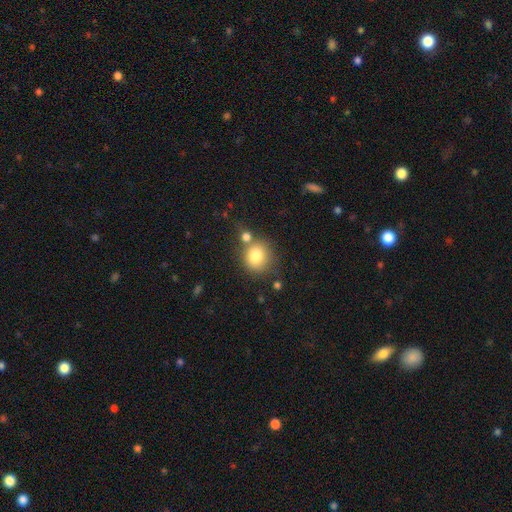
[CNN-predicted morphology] This appears to be a smooth galaxy with no disk features (80%) that is round (85%). Merging: none (65%).